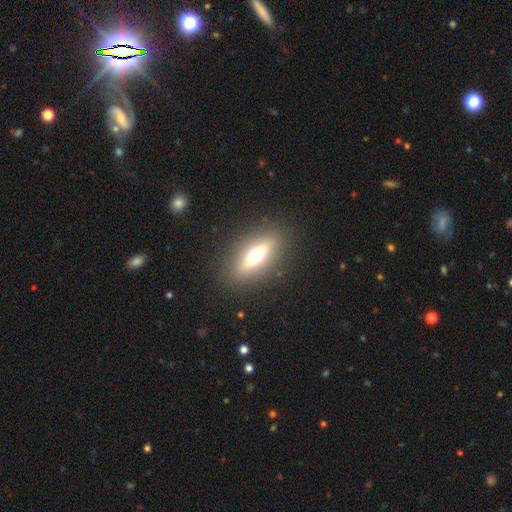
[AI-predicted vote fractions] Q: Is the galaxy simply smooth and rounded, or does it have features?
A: smooth — 45%.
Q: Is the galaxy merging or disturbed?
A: none — 86%.